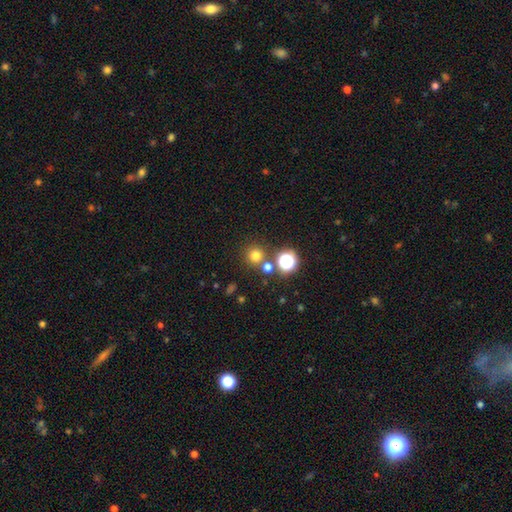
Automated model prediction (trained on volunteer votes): The model was most divided on "smooth or featured": smooth: 72%, star or artifact: 22%, featured or disk: 6%. More confident: how rounded — round (94%); merging — none (78%).